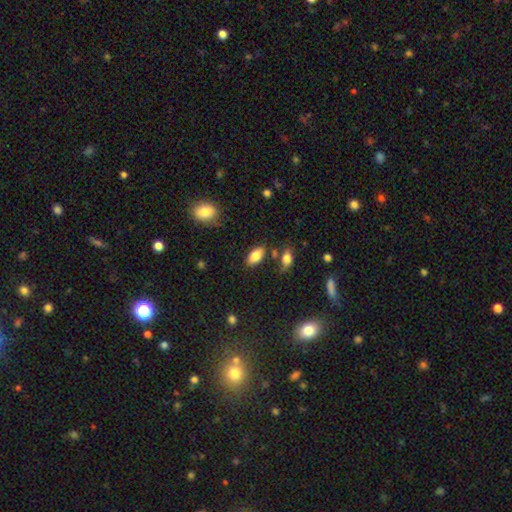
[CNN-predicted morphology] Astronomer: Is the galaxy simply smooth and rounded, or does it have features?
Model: smooth — 83%.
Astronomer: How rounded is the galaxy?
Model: in between — 92%.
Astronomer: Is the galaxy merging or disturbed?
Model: none — 79%.